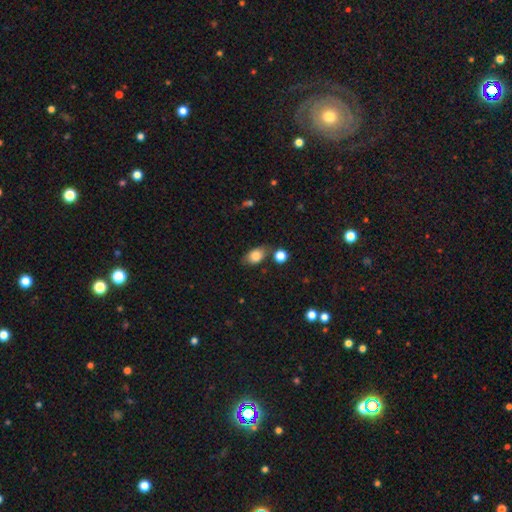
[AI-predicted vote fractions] Smooth or featured?
  - smooth: 82% *
  - star or artifact: 9%
  - featured or disk: 9%
How rounded?
  - in between: 81% *
  - round: 17%
  - cigar-shaped: 2%
Merging?
  - none: 68% *
  - minor disturbance: 18%
  - merger: 9%
  - major disturbance: 5%